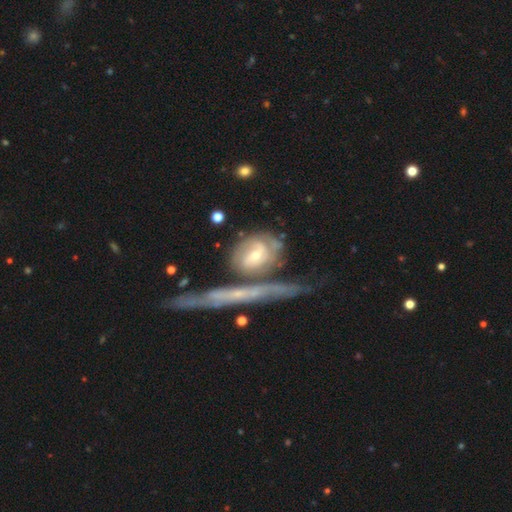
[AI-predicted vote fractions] Overall: featured or disk (72%). Edge-on disk: no (82%). Bar: no (47%; weak 37%). Spiral arms: yes (80%). Bulge size: moderate (52%; small 42%). Merging: none (50%; merger 21%).